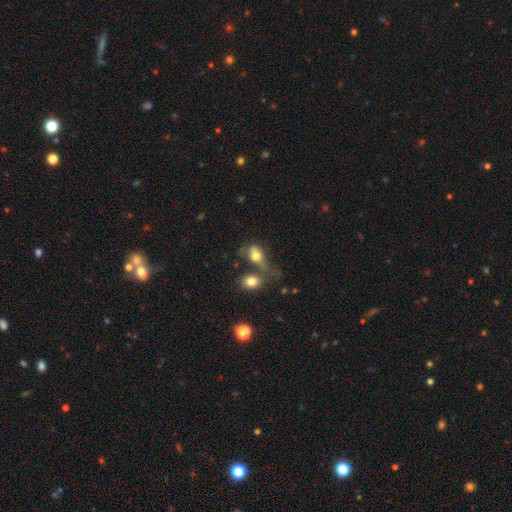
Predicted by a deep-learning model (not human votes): The model was most divided on "merging": merger: 33%, major disturbance: 25%, none: 24%, minor disturbance: 18%. More confident: how rounded — in between (73%); smooth or featured — smooth (69%).